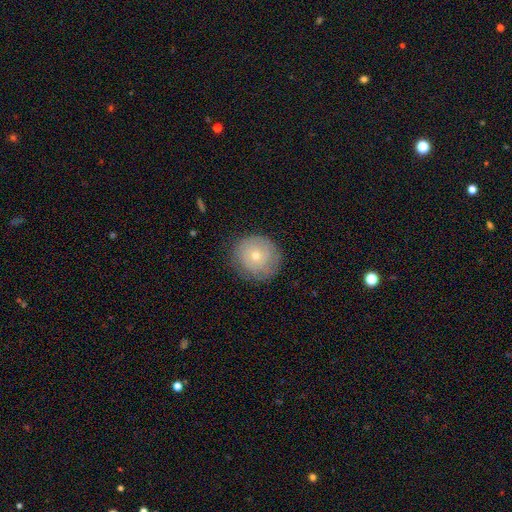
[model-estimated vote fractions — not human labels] Smooth or featured? Predicted: smooth (p=0.52). How rounded? Predicted: round (p=0.89). Merging? Predicted: none (p=0.82).